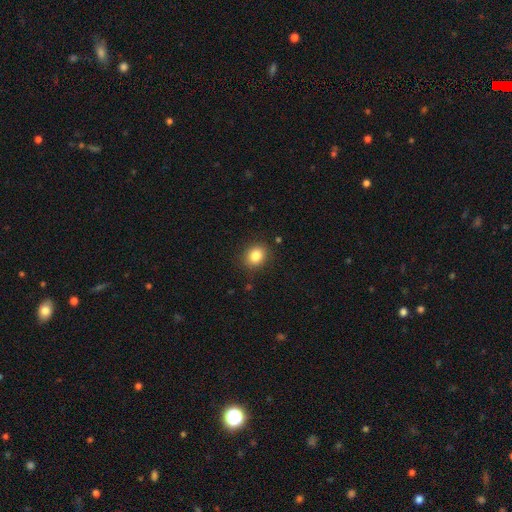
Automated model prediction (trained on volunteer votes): A smooth galaxy with no disk features (84%) that is round (59%).

Vote fractions:
- Smooth or featured? smooth: 84% / star or artifact: 10% / featured or disk: 6%
- How rounded? round: 59% / in between: 40% / cigar-shaped: 1%
- Merging? none: 87% / minor disturbance: 9% / major disturbance: 3% / merger: 1%